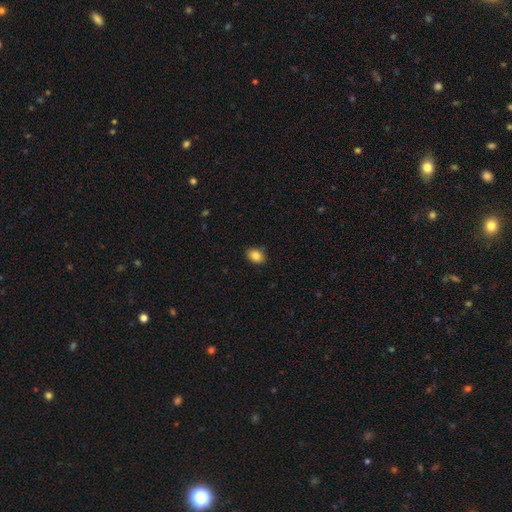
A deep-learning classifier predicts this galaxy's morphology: smooth_or_featured: smooth (p=0.85) [alt: star or artifact p=0.09]
how_rounded: in between (p=0.68) [alt: round p=0.31]
merging: none (p=0.87) [alt: minor disturbance p=0.10]